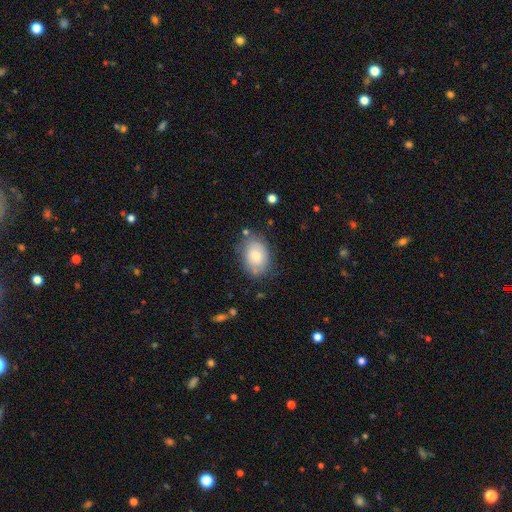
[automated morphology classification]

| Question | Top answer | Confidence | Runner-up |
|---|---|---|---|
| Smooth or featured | smooth | 74% | featured or disk (19%) |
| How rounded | in between | 78% | round (20%) |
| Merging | none | 70% | minor disturbance (20%) |